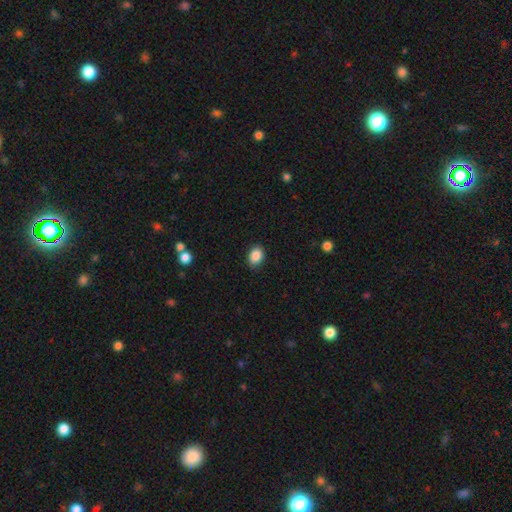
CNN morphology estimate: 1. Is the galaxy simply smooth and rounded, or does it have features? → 88% smooth, 8% star or artifact, 4% featured or disk.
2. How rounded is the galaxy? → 71% in between, 28% round, 1% cigar-shaped.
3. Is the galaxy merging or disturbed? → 87% none, 9% minor disturbance, 2% major disturbance, 1% merger.